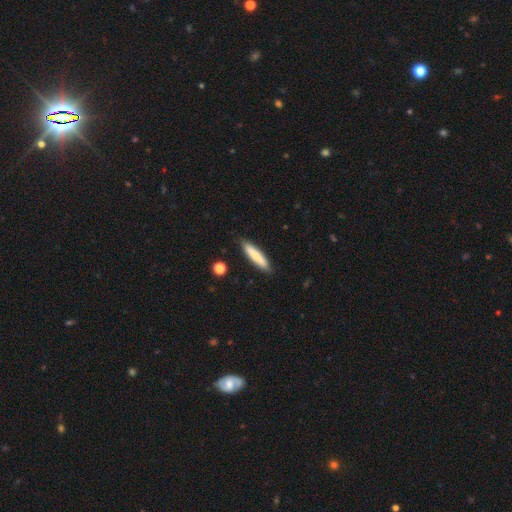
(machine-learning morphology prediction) smooth 75%, featured or disk 19%, star or artifact 6%. Down the decision tree: how rounded — cigar-shaped (85%); merging — none (88%).